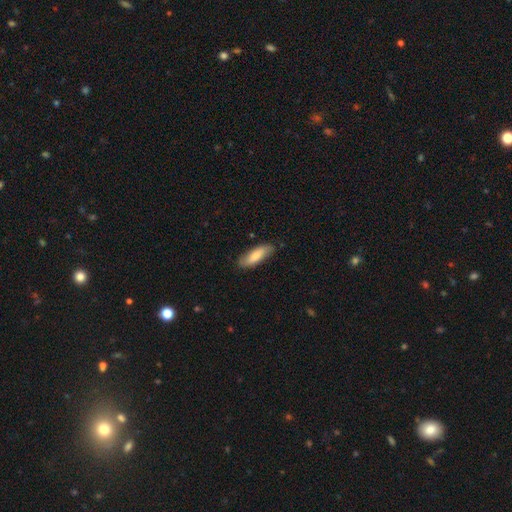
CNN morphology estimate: Smooth or featured? Predicted: smooth (p=0.77). How rounded? Predicted: in between (p=0.53). Merging? Predicted: none (p=0.82).